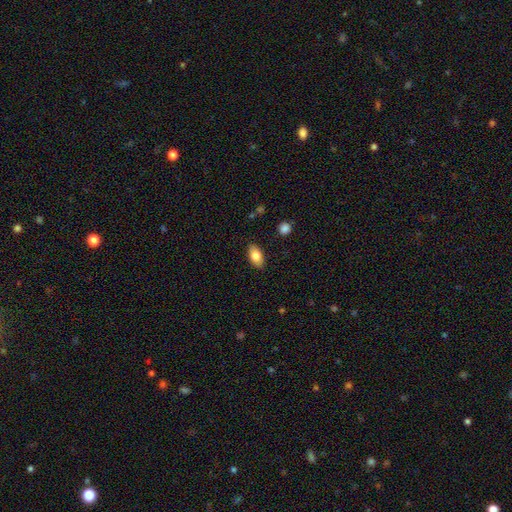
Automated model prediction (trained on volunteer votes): This is clearly a smooth galaxy (81%). How rounded: clearly in between (91%). Merging: clearly none (87%).